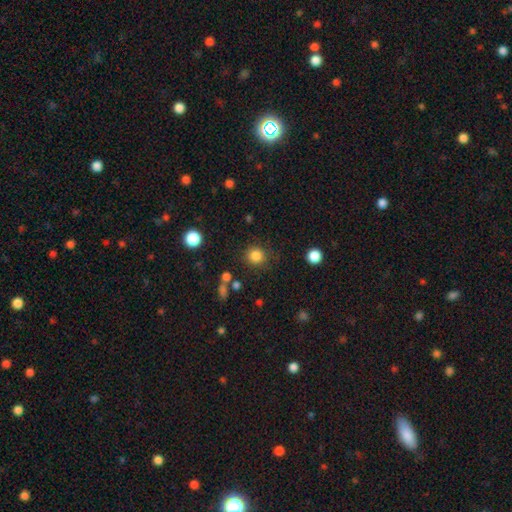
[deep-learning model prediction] Smooth or featured: smooth — 84% (star or artifact — 11%)
How rounded: round — 91% (in between — 8%)
Merging: none — 84% (minor disturbance — 9%)